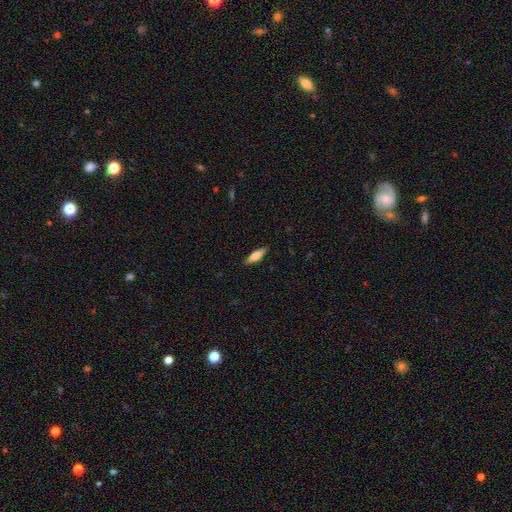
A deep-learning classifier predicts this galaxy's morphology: A smooth galaxy with no disk features (66%) that is cigar-shaped (59%).

Vote fractions:
- Smooth or featured? smooth: 66% / featured or disk: 28% / star or artifact: 6%
- How rounded? cigar-shaped: 59% / in between: 39% / round: 2%
- Merging? none: 87% / minor disturbance: 10% / major disturbance: 2% / merger: 1%